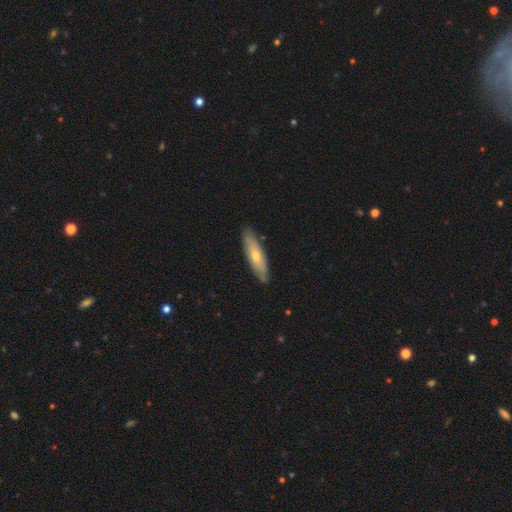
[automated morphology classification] This appears to be a featured or disk galaxy (49%). Merging: none (84%).